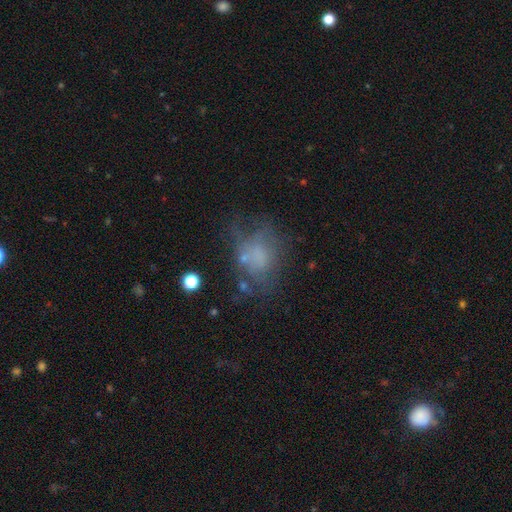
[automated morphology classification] This is possibly a smooth galaxy (48%). Merging: marginally none (39%).